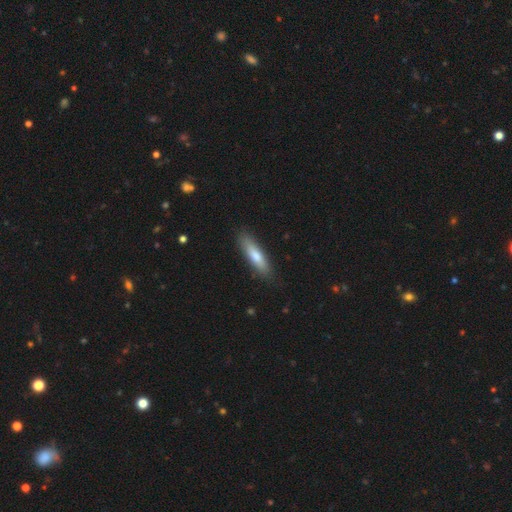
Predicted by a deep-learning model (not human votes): Q: Smooth or featured?
A: smooth (74%); runner-up: featured or disk (21%)
Q: How rounded?
A: cigar-shaped (72%); runner-up: in between (27%)
Q: Merging?
A: none (86%); runner-up: minor disturbance (11%)